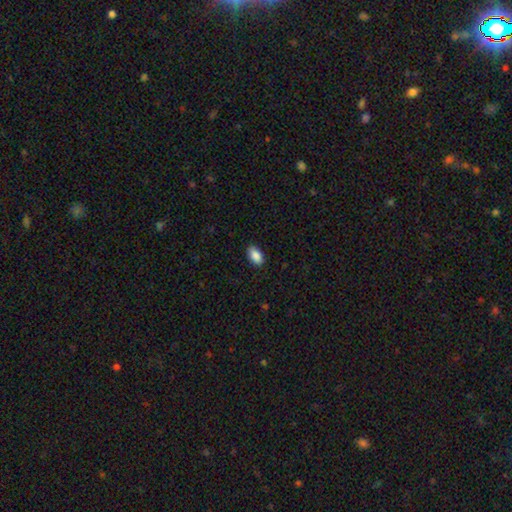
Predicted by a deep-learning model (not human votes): A smooth galaxy with no disk features (89%) that is in between round and cigar-shaped (93%). Merging: none (88%).